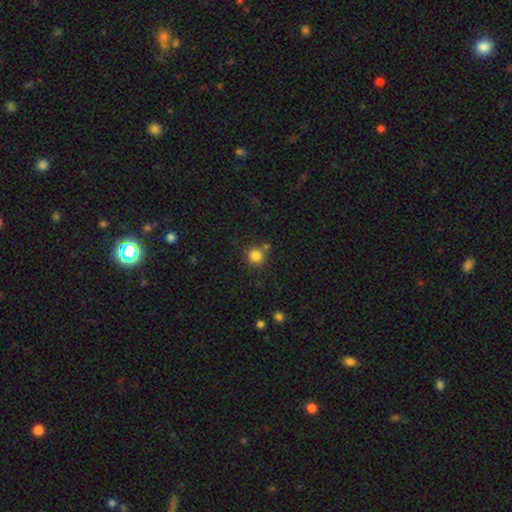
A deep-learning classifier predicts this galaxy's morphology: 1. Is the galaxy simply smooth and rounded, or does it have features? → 83% smooth, 12% star or artifact, 5% featured or disk.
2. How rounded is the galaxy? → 93% round, 6% in between, 1% cigar-shaped.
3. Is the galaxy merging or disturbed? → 75% none, 13% merger, 9% minor disturbance, 3% major disturbance.